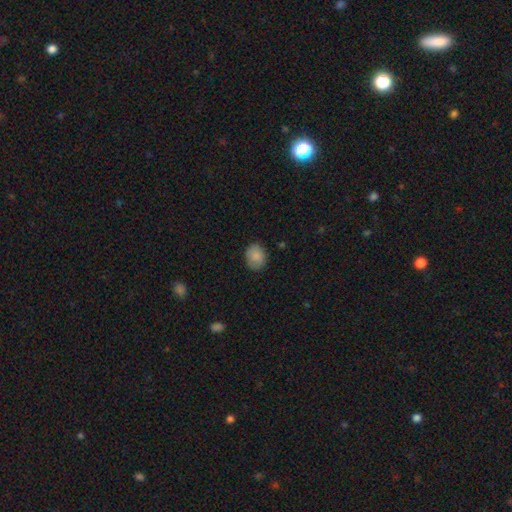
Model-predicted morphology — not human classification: Smooth or featured?
  - smooth: 86% *
  - star or artifact: 8%
  - featured or disk: 6%
How rounded?
  - in between: 55% *
  - round: 45%
  - cigar-shaped: 1%
Merging?
  - none: 82% *
  - minor disturbance: 14%
  - major disturbance: 3%
  - merger: 1%